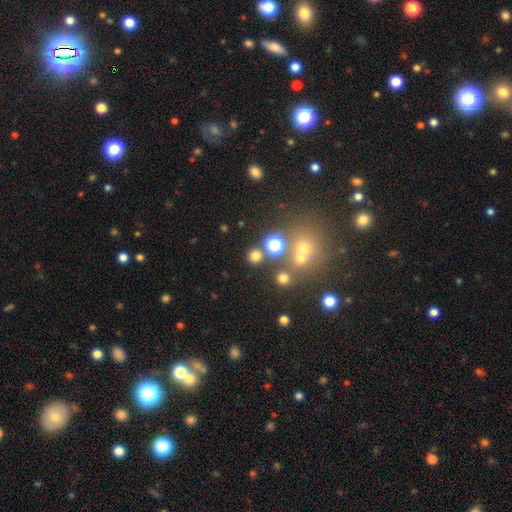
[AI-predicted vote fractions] smooth 73%, star or artifact 21%, featured or disk 7%. Down the decision tree: how rounded — round (92%); merging — none (82%).